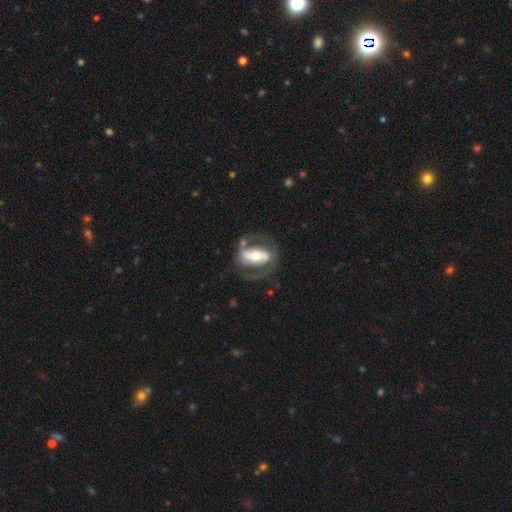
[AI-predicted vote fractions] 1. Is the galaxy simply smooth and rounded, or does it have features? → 79% featured or disk, 16% smooth, 5% star or artifact.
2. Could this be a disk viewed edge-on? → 92% no, 8% yes.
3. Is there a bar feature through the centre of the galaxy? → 63% strong, 19% weak, 18% no.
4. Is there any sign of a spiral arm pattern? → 76% yes, 24% no.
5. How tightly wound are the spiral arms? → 47% medium, 30% tight, 22% loose.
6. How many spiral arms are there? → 84% 2, 8% can't tell, 6% 1, 1% 3, 1% 4, 1% more than 4.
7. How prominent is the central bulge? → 61% moderate, 27% small, 10% large, 2% dominant, 1% none.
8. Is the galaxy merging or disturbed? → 64% none, 17% minor disturbance, 15% major disturbance, 4% merger.